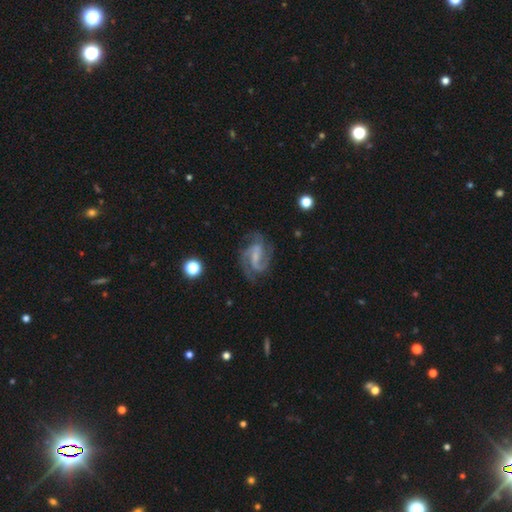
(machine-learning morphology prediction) Smooth or featured?
  - featured or disk: 87% *
  - smooth: 7%
  - star or artifact: 6%
Edge-on disk?
  - no: 98% *
  - yes: 2%
Bar?
  - weak: 48% *
  - strong: 28%
  - no: 24%
Spiral arms?
  - yes: 97% *
  - no: 3%
Spiral winding?
  - medium: 54% *
  - tight: 24%
  - loose: 22%
Spiral arm count?
  - 2: 50% *
  - 3: 28%
  - can't tell: 9%
  - 4: 5%
  - 1: 4%
  - more than 4: 4%
Bulge size?
  - small: 46% *
  - none: 30%
  - moderate: 21%
  - large: 3%
  - dominant: 1%
Merging?
  - none: 69% *
  - minor disturbance: 17%
  - major disturbance: 12%
  - merger: 2%